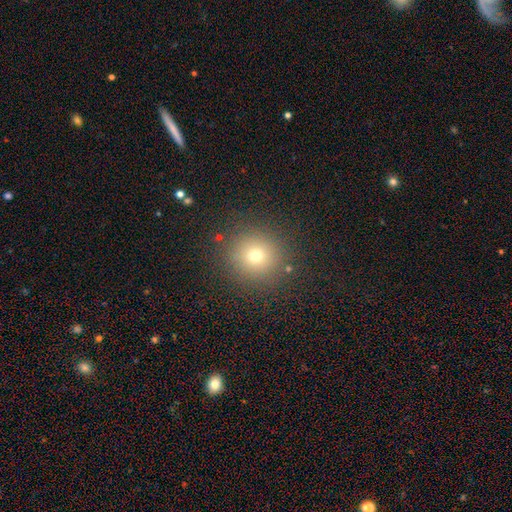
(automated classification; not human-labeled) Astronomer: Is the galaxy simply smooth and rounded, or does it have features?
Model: smooth — 70%.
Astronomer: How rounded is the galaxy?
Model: round — 93%.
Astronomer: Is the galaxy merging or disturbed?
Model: none — 87%.